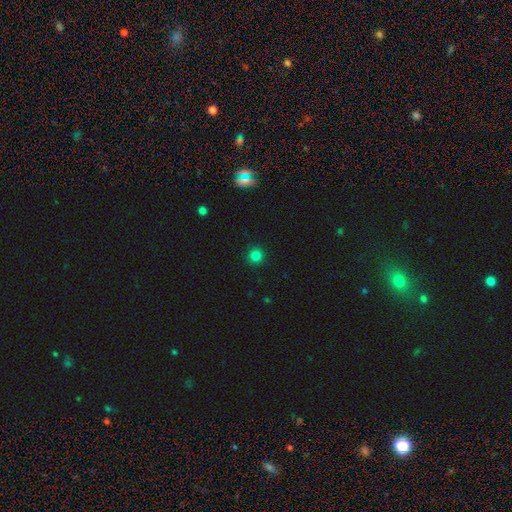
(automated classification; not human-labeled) This is clearly a smooth galaxy (82%). How rounded: clearly round (95%). Merging: clearly none (92%).